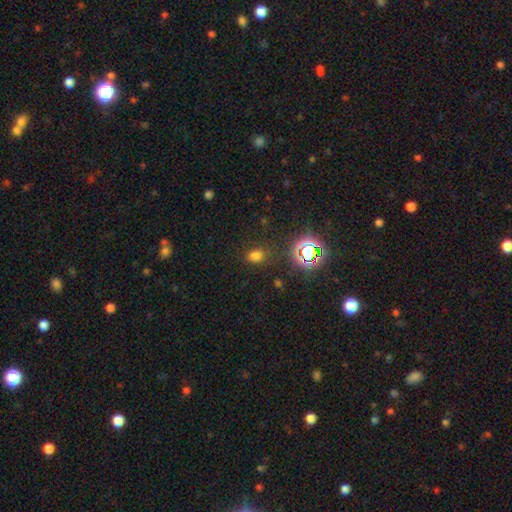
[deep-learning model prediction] Smooth or featured? Predicted: smooth (p=0.66). How rounded? Predicted: in between (p=0.60). Merging? Predicted: none (p=0.75).